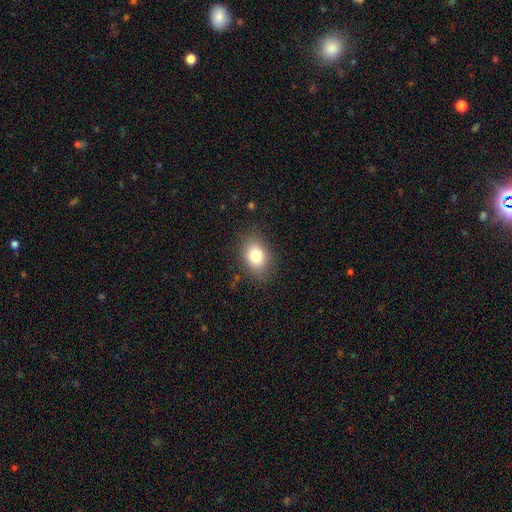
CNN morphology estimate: A smooth galaxy with no disk features (79%) that is in between round and cigar-shaped (73%).

Vote fractions:
- Smooth or featured? smooth: 79% / featured or disk: 10% / star or artifact: 10%
- How rounded? in between: 73% / round: 26% / cigar-shaped: 1%
- Merging? none: 84% / minor disturbance: 11% / major disturbance: 4% / merger: 1%